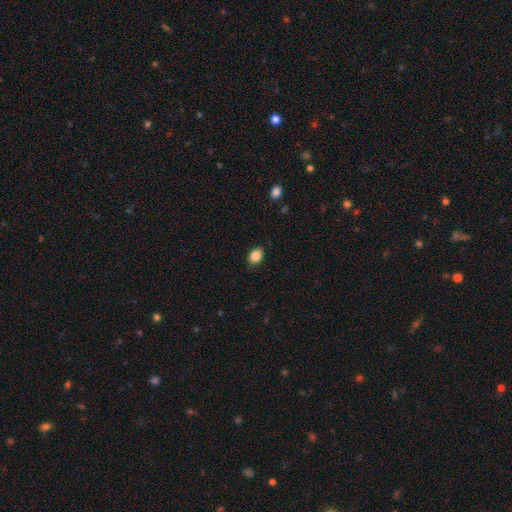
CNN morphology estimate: This appears to be a smooth galaxy with no disk features (85%) that is in between round and cigar-shaped (60%). Merging: none (85%).